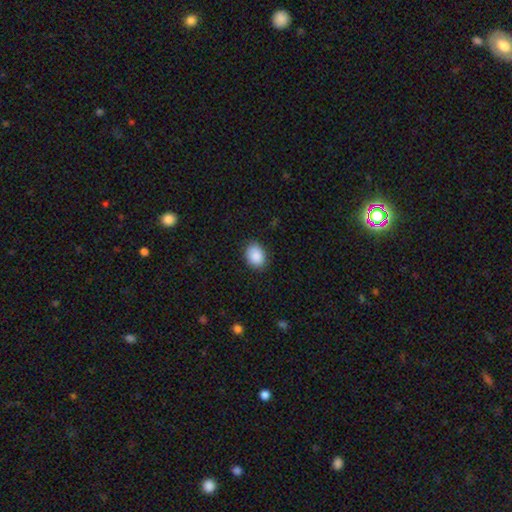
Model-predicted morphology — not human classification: The model was most divided on "how rounded": in between: 64%, round: 35%, cigar-shaped: 1%. More confident: smooth or featured — smooth (89%); merging — none (86%).